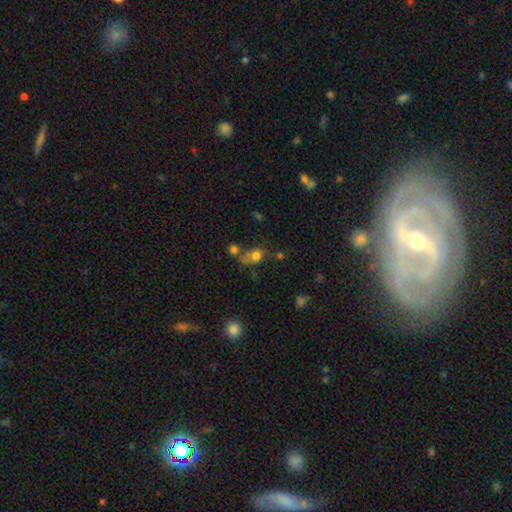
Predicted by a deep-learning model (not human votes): Smooth or featured?
  - smooth: 75% *
  - star or artifact: 14%
  - featured or disk: 11%
How rounded?
  - in between: 59% *
  - round: 39%
  - cigar-shaped: 2%
Merging?
  - none: 36% *
  - merger: 31%
  - minor disturbance: 18%
  - major disturbance: 15%